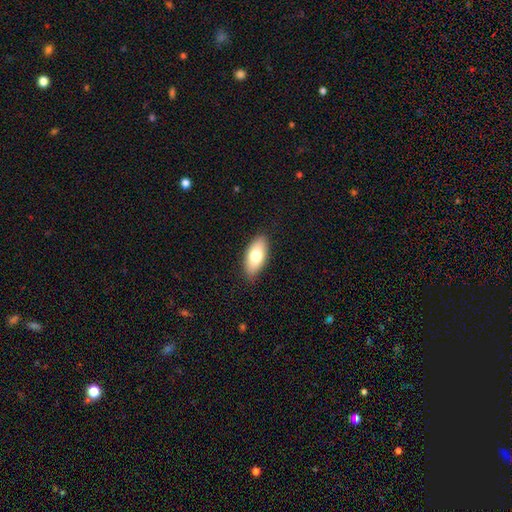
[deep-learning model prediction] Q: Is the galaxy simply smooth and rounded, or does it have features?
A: smooth — 75%.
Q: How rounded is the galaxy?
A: in between — 89%.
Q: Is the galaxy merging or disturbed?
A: none — 86%.